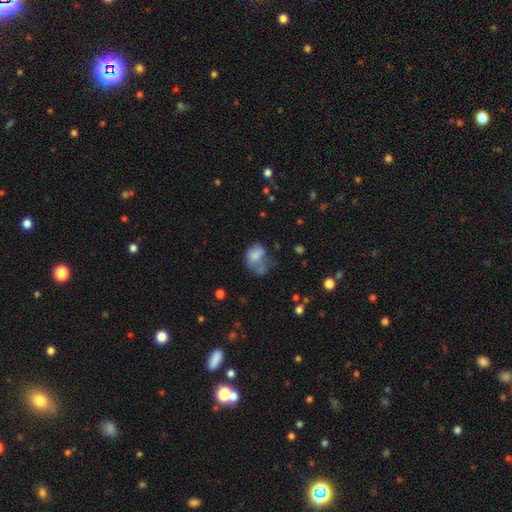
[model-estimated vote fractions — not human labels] A smooth galaxy with no disk features (69%) that is in between round and cigar-shaped (69%). Merging: major disturbance (39%).